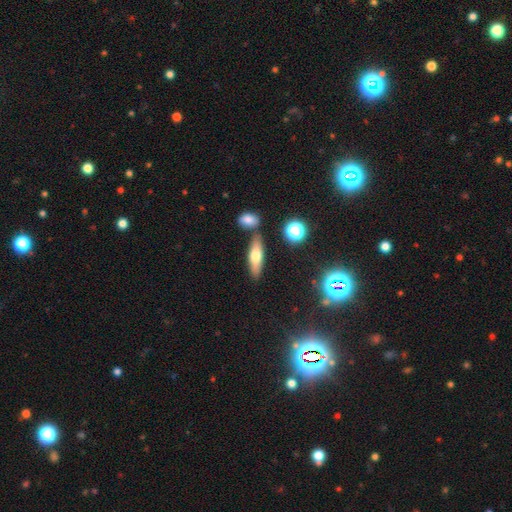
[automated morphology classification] smooth 61%, featured or disk 29%, star or artifact 10%. Down the decision tree: how rounded — cigar-shaped (54%); merging — none (76%).